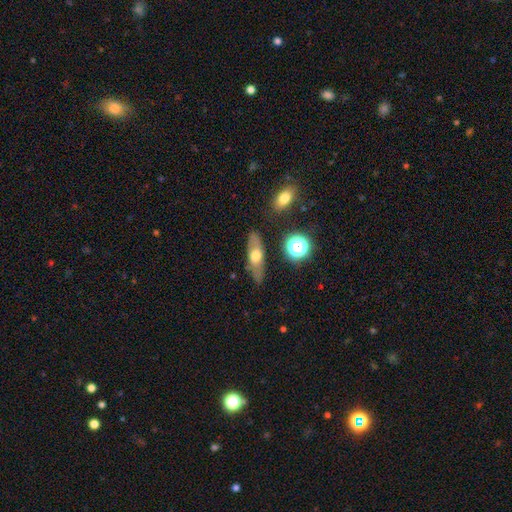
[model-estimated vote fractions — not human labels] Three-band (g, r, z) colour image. It shows a smooth galaxy with no disk features (50%). Merging: none (77%).